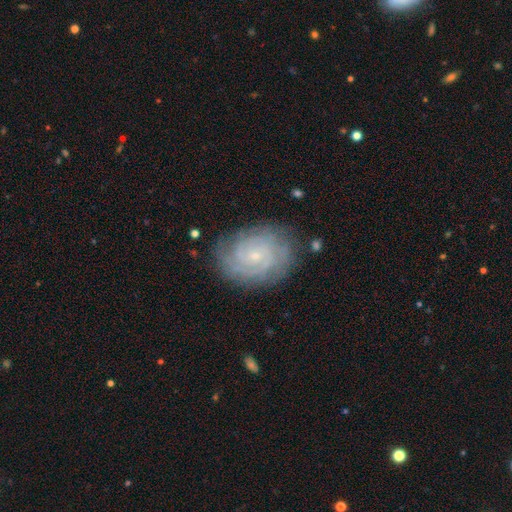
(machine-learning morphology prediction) Smooth or featured?
  - featured or disk: 80% *
  - smooth: 13%
  - star or artifact: 7%
Edge-on disk?
  - no: 97% *
  - yes: 3%
Bar?
  - no: 74% *
  - weak: 22%
  - strong: 4%
Spiral arms?
  - yes: 95% *
  - no: 5%
Spiral winding?
  - tight: 76% *
  - medium: 20%
  - loose: 4%
Spiral arm count?
  - can't tell: 36% *
  - 2: 21%
  - 3: 17%
  - 4: 13%
  - more than 4: 7%
  - 1: 6%
Bulge size?
  - small: 84% *
  - moderate: 12%
  - none: 3%
  - large: 1%
  - dominant: 1%
Merging?
  - none: 79% *
  - minor disturbance: 15%
  - major disturbance: 5%
  - merger: 1%